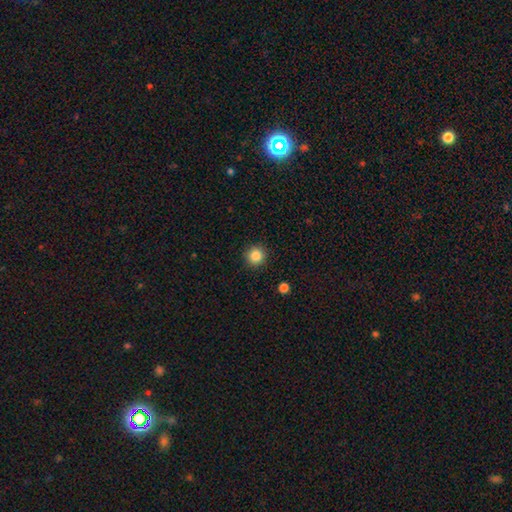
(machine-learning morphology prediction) The model was most divided on "smooth or featured": smooth: 85%, star or artifact: 11%, featured or disk: 4%. More confident: how rounded — round (94%); merging — none (91%).